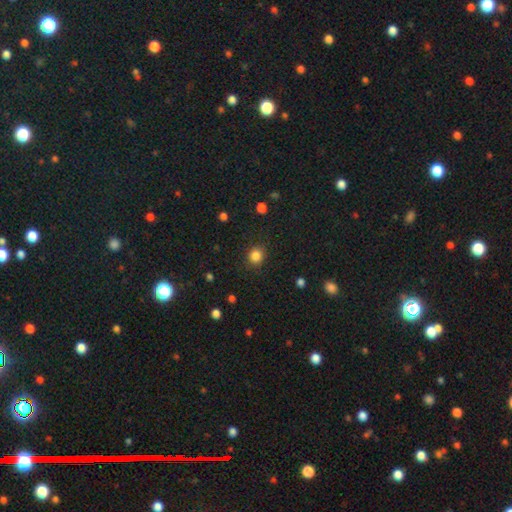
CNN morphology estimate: Smooth or featured? Predicted: smooth (p=0.84). How rounded? Predicted: round (p=0.84). Merging? Predicted: none (p=0.88).